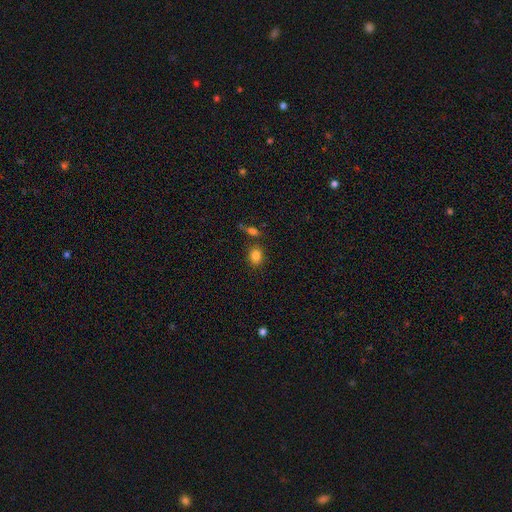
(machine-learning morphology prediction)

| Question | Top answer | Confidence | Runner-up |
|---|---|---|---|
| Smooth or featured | smooth | 84% | star or artifact (10%) |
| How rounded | in between | 54% | round (45%) |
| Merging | none | 77% | minor disturbance (11%) |